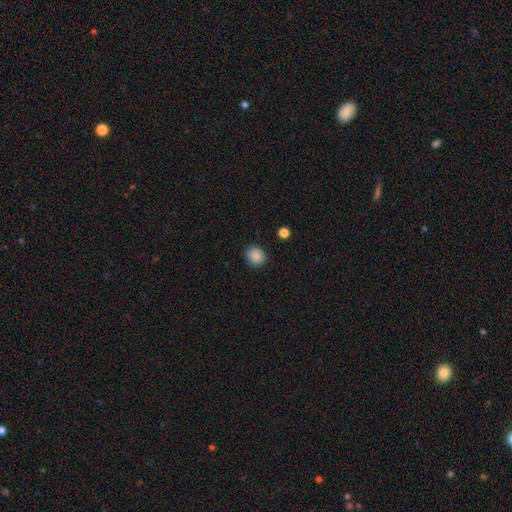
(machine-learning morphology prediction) This appears to be a smooth galaxy with no disk features (88%) that is round (68%). Merging: none (87%).